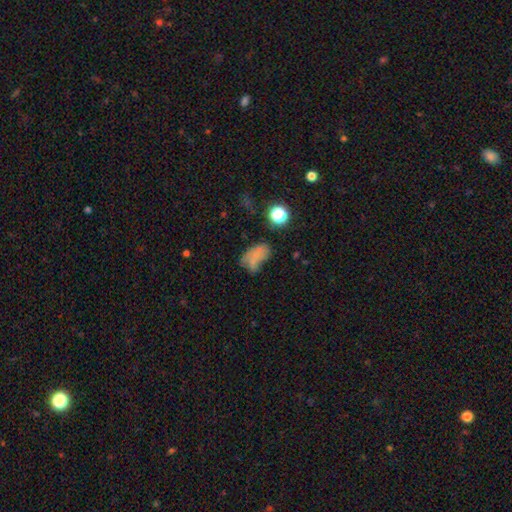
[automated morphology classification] Smooth or featured? Predicted: smooth (p=0.61). How rounded? Predicted: in between (p=0.84). Merging? Predicted: none (p=0.37).